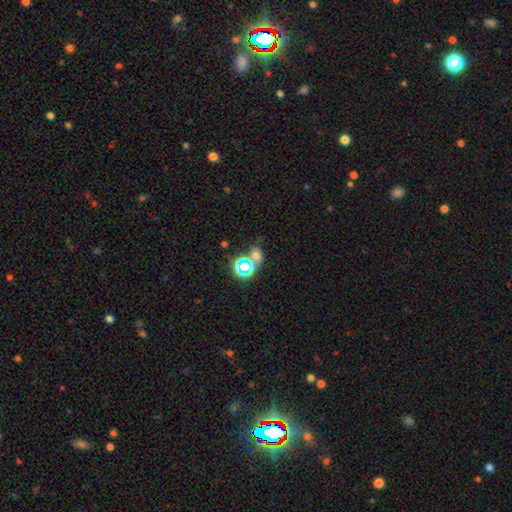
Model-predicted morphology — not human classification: The model was most divided on "smooth or featured": star or artifact: 45%, smooth: 44%, featured or disk: 11%.